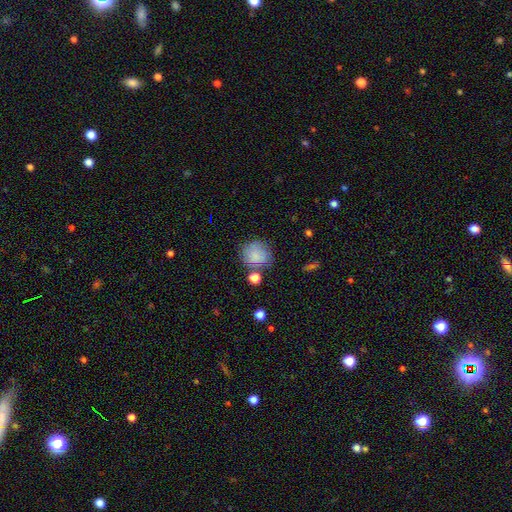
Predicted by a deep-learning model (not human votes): A smooth galaxy with no disk features (77%) that is round (87%). Merging: none (68%).